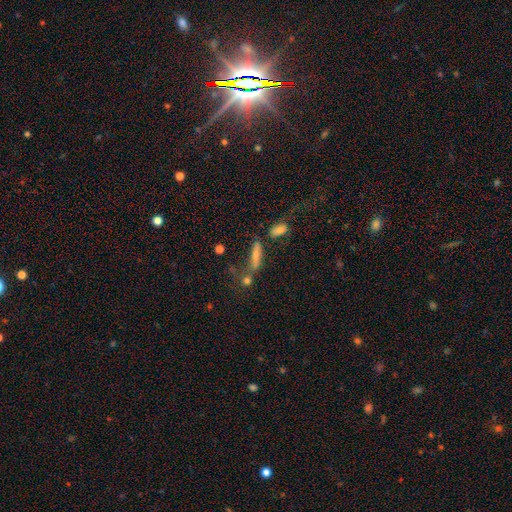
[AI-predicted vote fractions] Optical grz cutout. It shows a smooth galaxy with no disk features (68%) that is cigar-shaped (70%). Merging: none (49%).